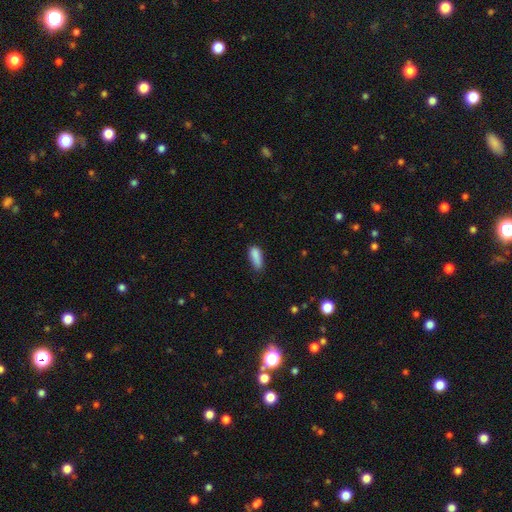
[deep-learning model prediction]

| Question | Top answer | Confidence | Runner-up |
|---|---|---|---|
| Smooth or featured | smooth | 86% | star or artifact (9%) |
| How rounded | in between | 71% | cigar-shaped (27%) |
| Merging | none | 58% | minor disturbance (31%) |